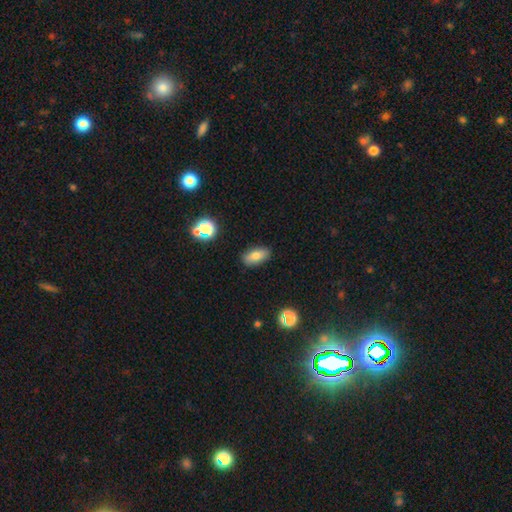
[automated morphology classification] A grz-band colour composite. It shows a smooth galaxy with no disk features (78%) that is in between round and cigar-shaped (85%). Merging: none (86%).